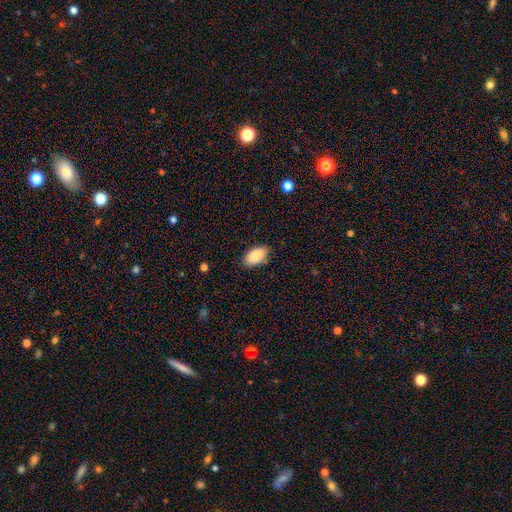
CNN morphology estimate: Smooth or featured? smooth (87%)
How rounded? in between (94%)
Merging? none (84%)